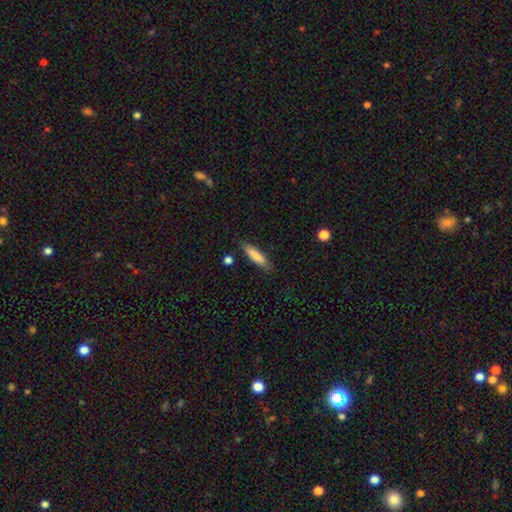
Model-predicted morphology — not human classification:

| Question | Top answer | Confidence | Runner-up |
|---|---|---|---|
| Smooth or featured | smooth | 79% | featured or disk (14%) |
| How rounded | cigar-shaped | 76% | in between (22%) |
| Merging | none | 82% | minor disturbance (13%) |